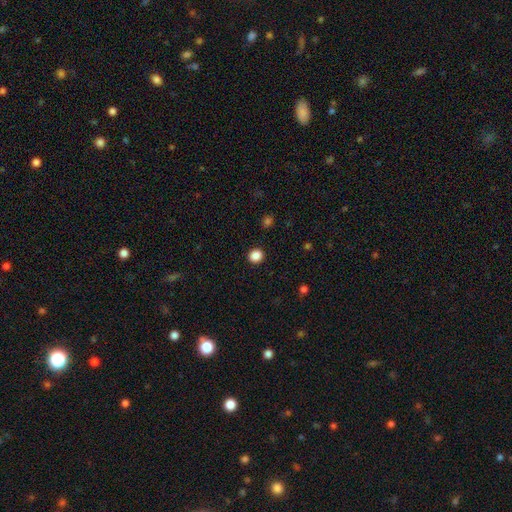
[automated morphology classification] smooth_or_featured: smooth (p=0.87) [alt: star or artifact p=0.10]
how_rounded: round (p=0.83) [alt: in between p=0.16]
merging: none (p=0.92) [alt: minor disturbance p=0.05]